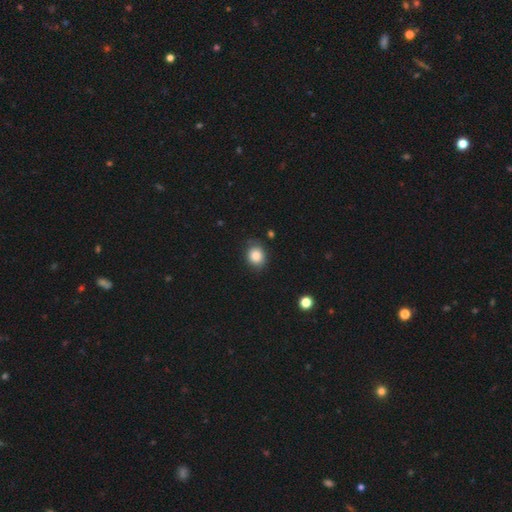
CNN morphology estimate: This appears to be a smooth galaxy with no disk features (85%) that is round (64%). Merging: none (80%).